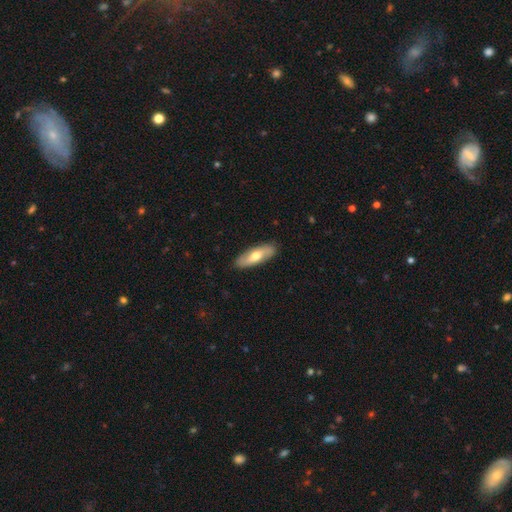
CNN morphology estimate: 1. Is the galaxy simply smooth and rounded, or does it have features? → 52% smooth, 43% featured or disk, 5% star or artifact.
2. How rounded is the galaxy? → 58% in between, 39% cigar-shaped, 3% round.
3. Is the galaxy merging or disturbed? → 88% none, 9% minor disturbance, 2% major disturbance, 1% merger.